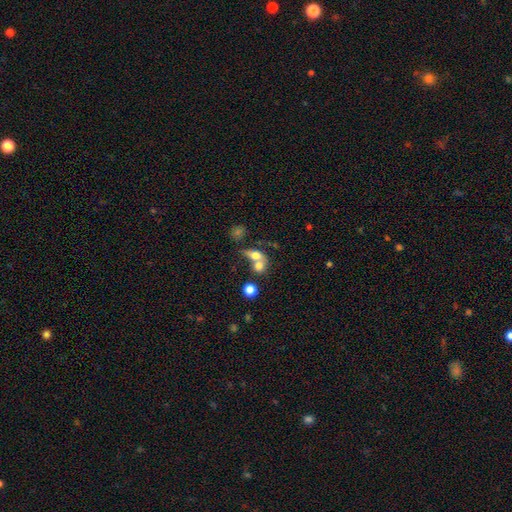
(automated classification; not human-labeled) Smooth or featured? smooth (70%)
How rounded? in between (54%)
Merging? merger (64%)